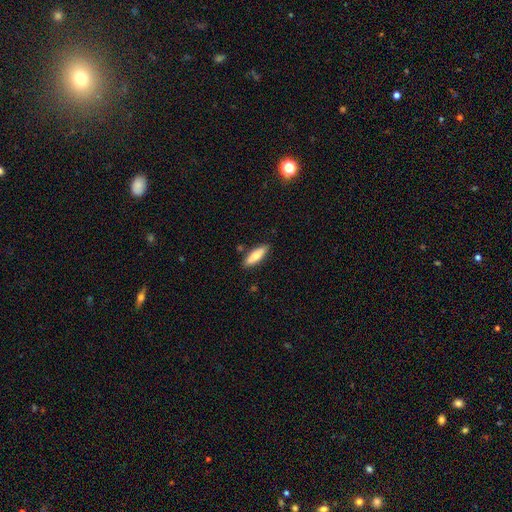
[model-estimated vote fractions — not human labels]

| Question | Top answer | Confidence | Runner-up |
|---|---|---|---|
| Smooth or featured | smooth | 73% | featured or disk (21%) |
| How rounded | in between | 52% | cigar-shaped (46%) |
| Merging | none | 86% | minor disturbance (10%) |